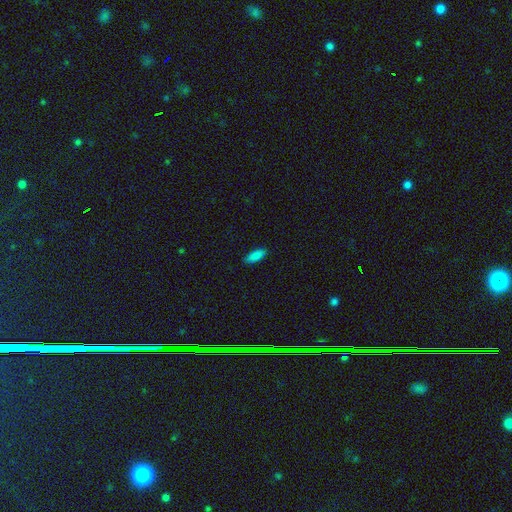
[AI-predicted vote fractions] This is clearly a smooth galaxy (87%). How rounded: likely in between (71%). Merging: clearly none (88%).